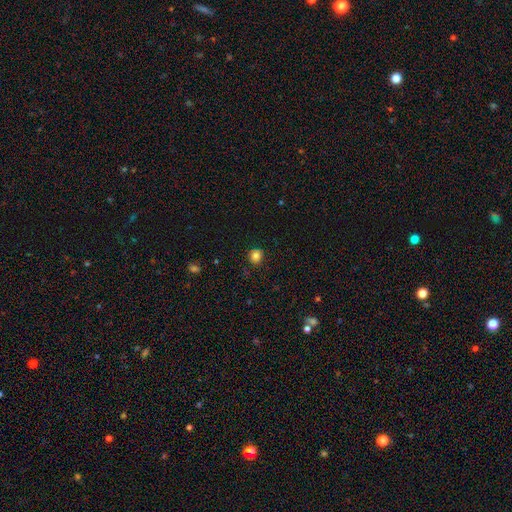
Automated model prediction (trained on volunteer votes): This appears to be a smooth galaxy with no disk features (83%) that is round (82%). Merging: none (86%).